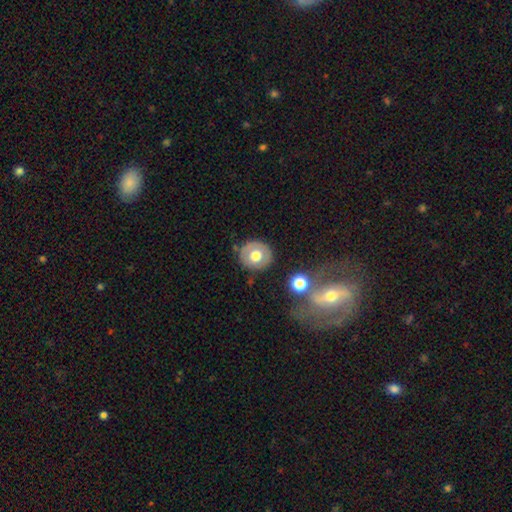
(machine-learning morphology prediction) type=smooth (60%); roundness=round (84%); merging=none (83%).